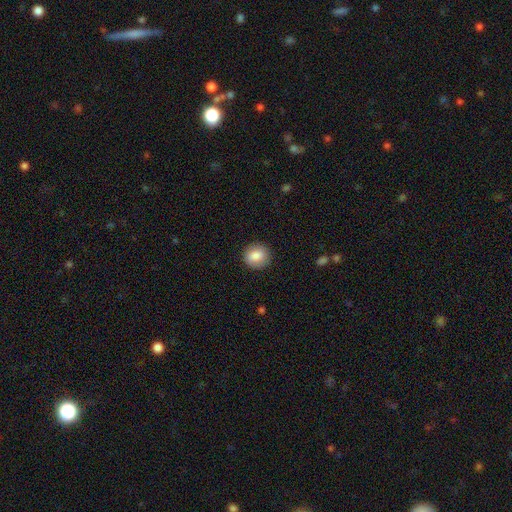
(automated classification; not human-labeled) Overall: smooth (85%). How rounded: round (83%). Merging: none (88%).